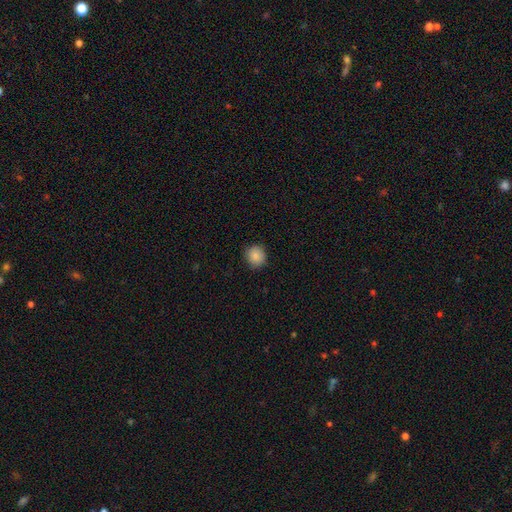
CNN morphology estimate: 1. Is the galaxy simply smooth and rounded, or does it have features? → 86% smooth, 9% star or artifact, 5% featured or disk.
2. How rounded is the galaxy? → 88% round, 11% in between, 1% cigar-shaped.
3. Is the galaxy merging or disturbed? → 88% none, 9% minor disturbance, 2% major disturbance, 1% merger.